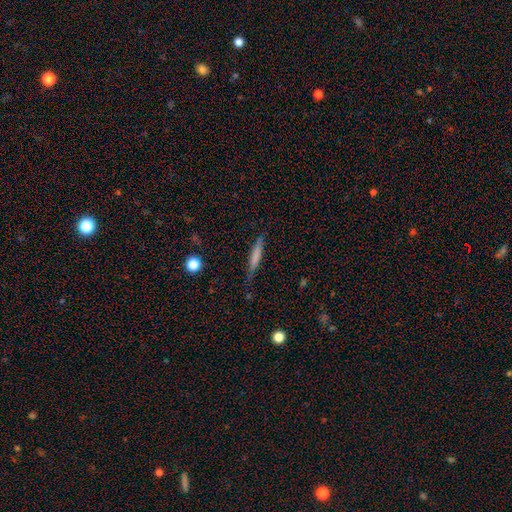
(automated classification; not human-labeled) Smooth or featured? smooth (61%)
How rounded? cigar-shaped (92%)
Merging? none (78%)